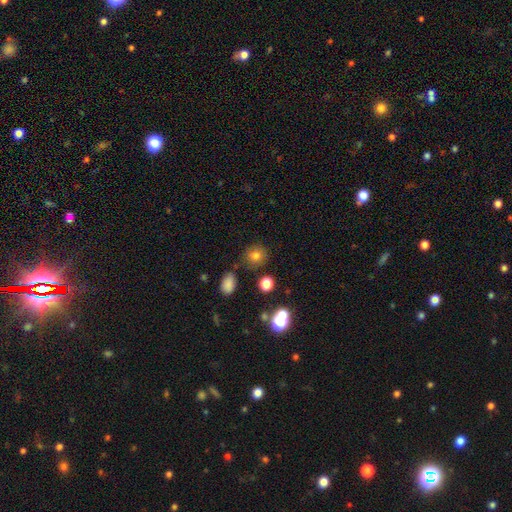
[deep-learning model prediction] A smooth galaxy with no disk features (77%) that is round (79%). Merging: none (78%).